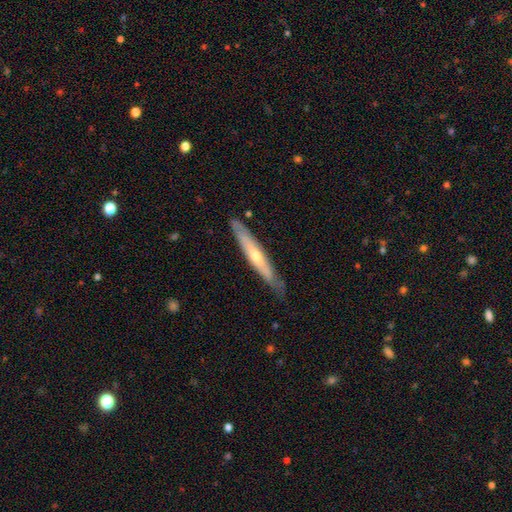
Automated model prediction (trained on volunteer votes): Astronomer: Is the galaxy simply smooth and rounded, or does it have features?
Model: featured or disk — 57% (runner-up: smooth, 38%).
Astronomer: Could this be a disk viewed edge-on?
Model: yes — 83%.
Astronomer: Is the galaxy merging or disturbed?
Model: none — 78%.